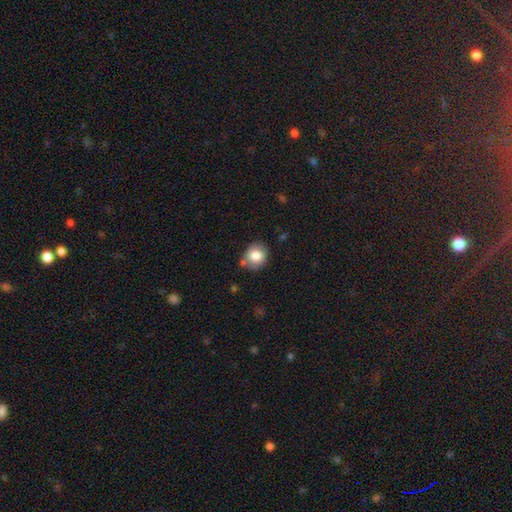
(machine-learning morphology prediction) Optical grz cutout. It shows a smooth galaxy with no disk features (80%) that is round (75%). Merging: none (76%).